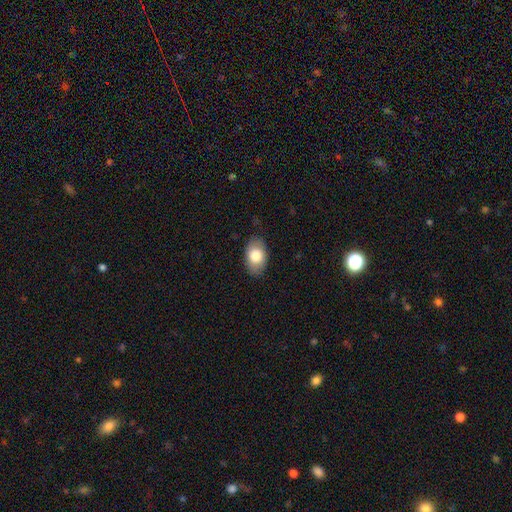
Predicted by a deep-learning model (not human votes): Q: Smooth or featured?
A: smooth (80%); runner-up: featured or disk (14%)
Q: How rounded?
A: in between (90%); runner-up: round (9%)
Q: Merging?
A: none (83%); runner-up: minor disturbance (13%)